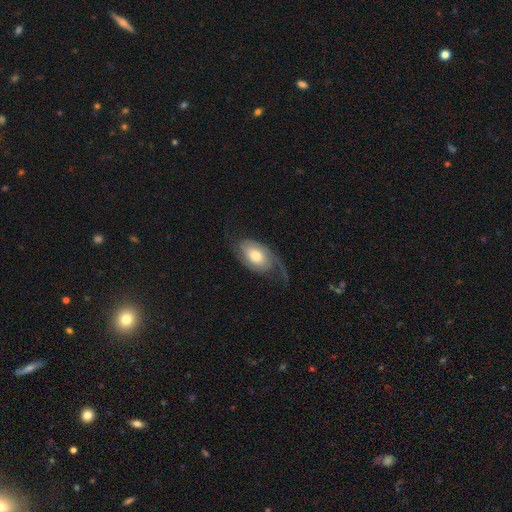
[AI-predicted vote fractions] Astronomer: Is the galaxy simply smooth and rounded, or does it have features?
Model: featured or disk — 77%.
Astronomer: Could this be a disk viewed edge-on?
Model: no — 95%.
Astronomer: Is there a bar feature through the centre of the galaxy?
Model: no — 69%.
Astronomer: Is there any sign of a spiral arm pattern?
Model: yes — 94%.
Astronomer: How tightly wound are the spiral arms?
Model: loose — 40% (runner-up: medium, 36%).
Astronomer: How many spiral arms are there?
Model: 2 — 74%.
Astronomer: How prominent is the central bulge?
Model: moderate — 64%.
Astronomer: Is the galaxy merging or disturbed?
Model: none — 59%.